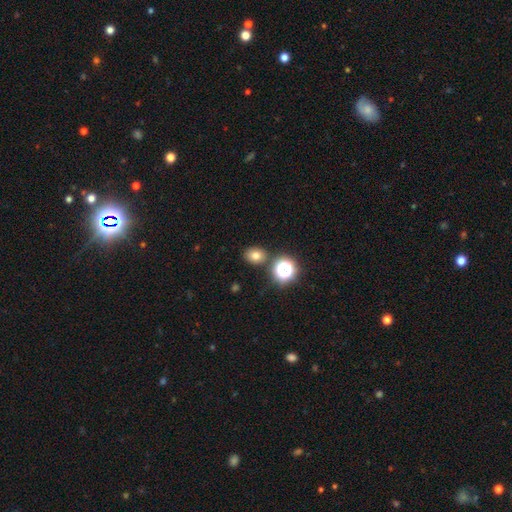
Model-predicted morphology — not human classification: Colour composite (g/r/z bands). It shows a smooth galaxy with no disk features (73%) that is in between round and cigar-shaped (50%). Merging: none (82%).